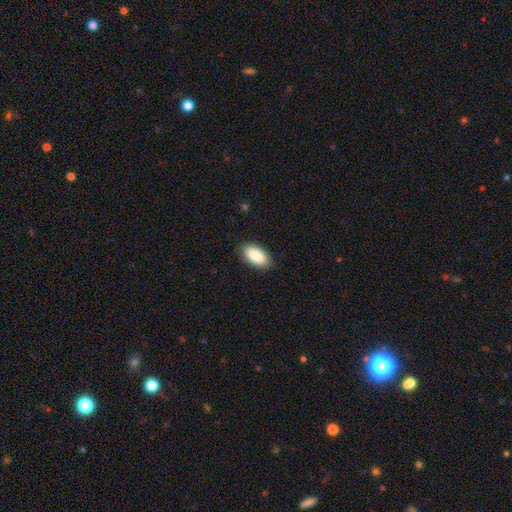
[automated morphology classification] A smooth galaxy with no disk features (89%) that is in between round and cigar-shaped (94%).

Vote fractions:
- Smooth or featured? smooth: 89% / star or artifact: 6% / featured or disk: 5%
- How rounded? in between: 94% / cigar-shaped: 3% / round: 2%
- Merging? none: 88% / minor disturbance: 9% / major disturbance: 2% / merger: 1%